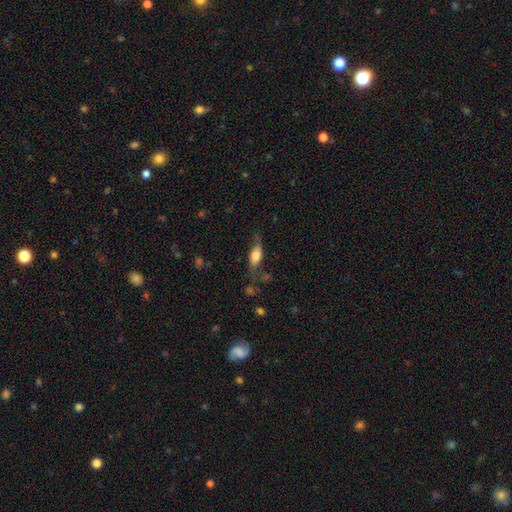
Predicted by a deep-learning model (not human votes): smooth 68%, featured or disk 24%, star or artifact 8%. Down the decision tree: how rounded — in between (80%); merging — none (55%).